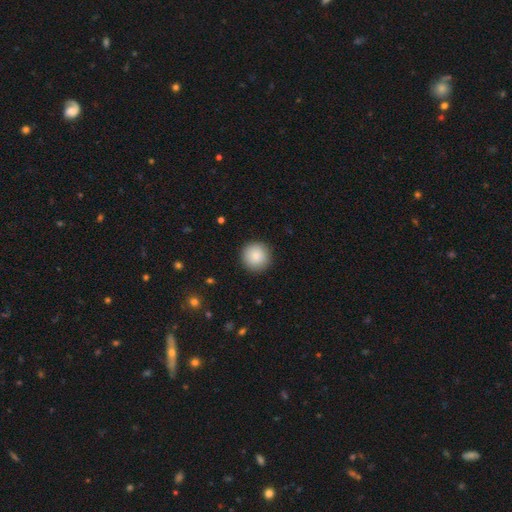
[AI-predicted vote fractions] The model was most divided on "smooth or featured": smooth: 86%, star or artifact: 8%, featured or disk: 6%. More confident: how rounded — round (95%); merging — none (91%).